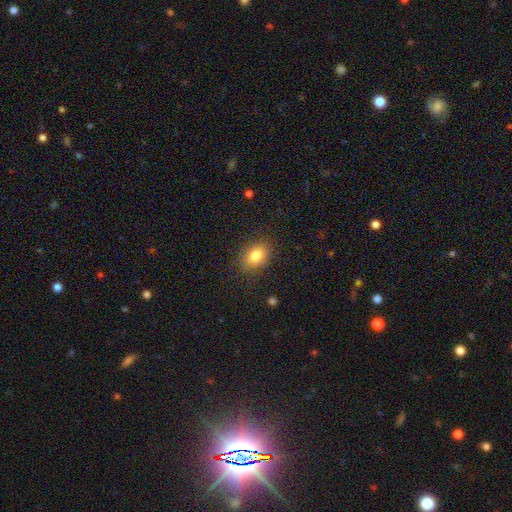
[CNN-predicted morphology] This is clearly a smooth galaxy (83%). How rounded: likely in between (74%). Merging: clearly none (84%).